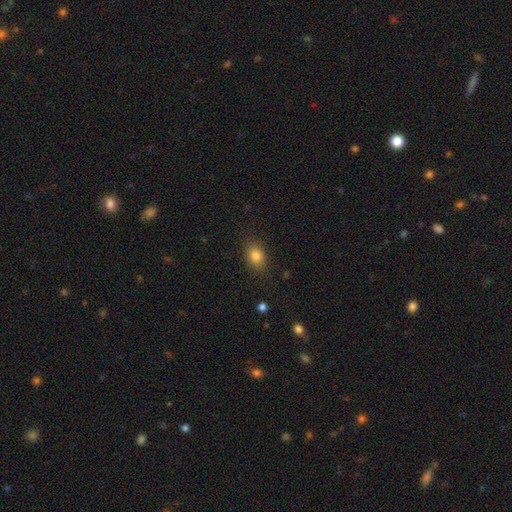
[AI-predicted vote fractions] Smooth or featured? smooth (84%)
How rounded? in between (66%)
Merging? none (82%)